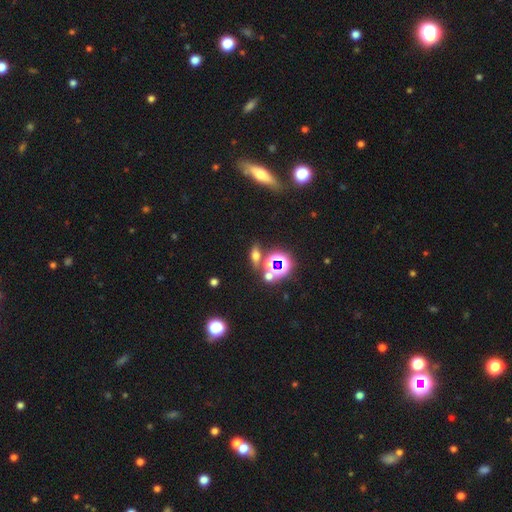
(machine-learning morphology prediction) Q: Smooth or featured?
A: smooth (45%); runner-up: star or artifact (36%)
Q: Merging?
A: none (72%); runner-up: merger (13%)